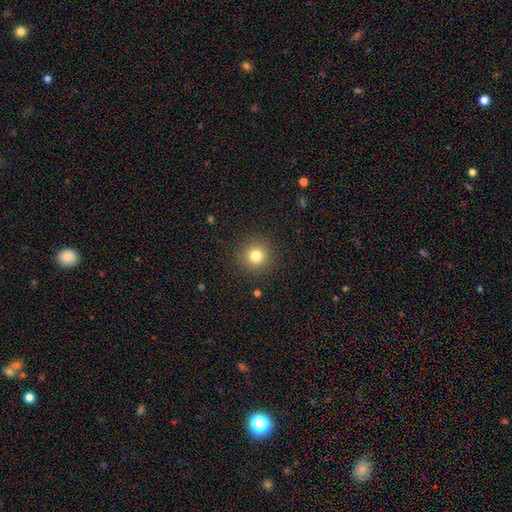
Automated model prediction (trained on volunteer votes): Smooth or featured: smooth — 79% (star or artifact — 14%)
How rounded: round — 95% (in between — 4%)
Merging: none — 90% (minor disturbance — 6%)